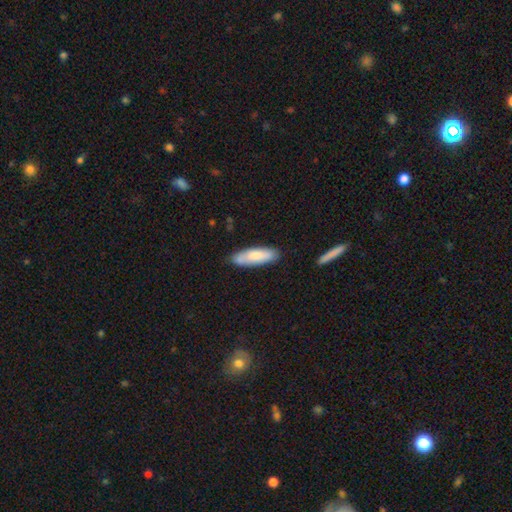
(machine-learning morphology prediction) This appears to be a smooth galaxy with no disk features (76%) that is cigar-shaped (50%). Merging: none (77%).